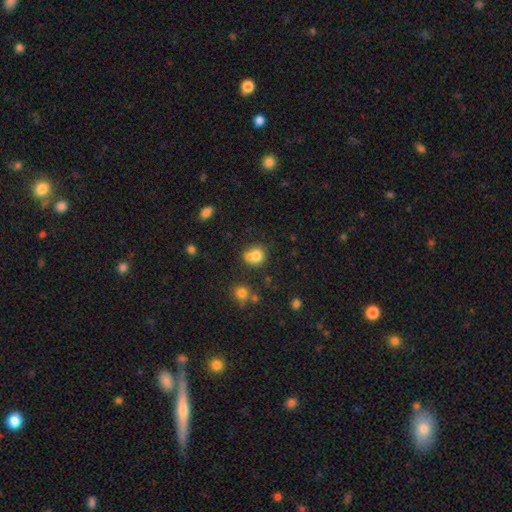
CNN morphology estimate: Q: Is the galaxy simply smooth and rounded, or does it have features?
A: smooth — 77%.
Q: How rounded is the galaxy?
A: round — 78%.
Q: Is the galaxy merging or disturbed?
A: none — 44%.